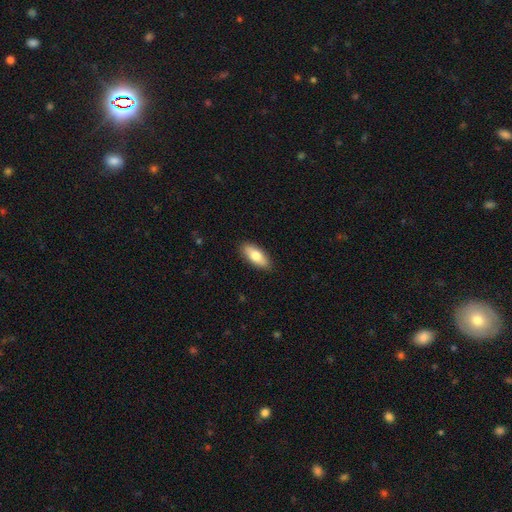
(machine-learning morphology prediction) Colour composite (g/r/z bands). It shows a smooth galaxy with no disk features (76%) that is in between round and cigar-shaped (81%). Merging: none (88%).